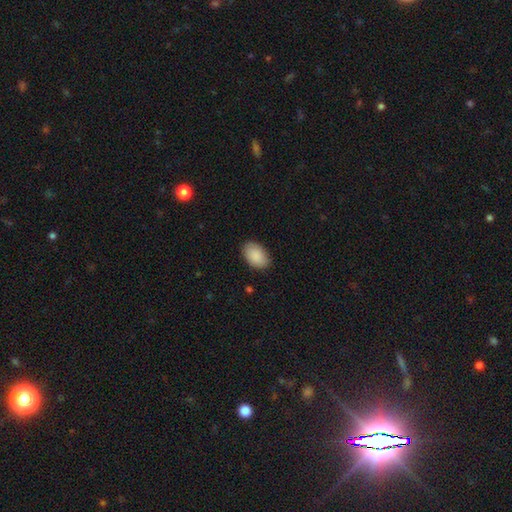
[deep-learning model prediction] smooth_or_featured: smooth (p=0.90) [alt: star or artifact p=0.06]
how_rounded: in between (p=0.91) [alt: round p=0.08]
merging: none (p=0.86) [alt: minor disturbance p=0.11]